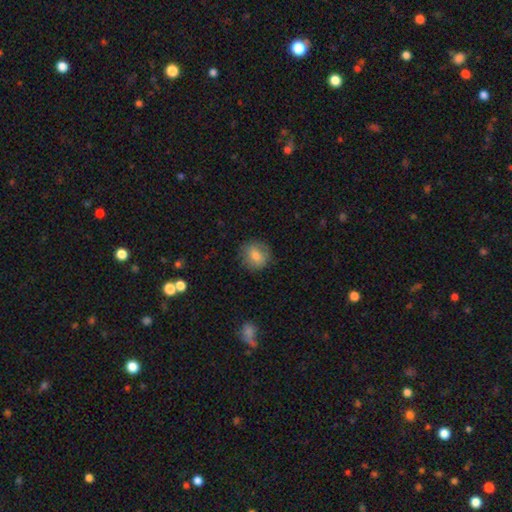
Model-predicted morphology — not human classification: smooth_or_featured: smooth (p=0.78) [alt: featured or disk p=0.13]
how_rounded: round (p=0.80) [alt: in between p=0.19]
merging: none (p=0.83) [alt: minor disturbance p=0.13]